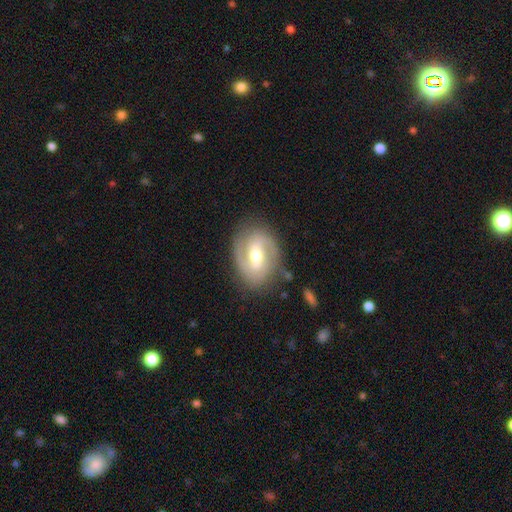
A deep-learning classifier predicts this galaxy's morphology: type=featured or disk (81%); edge-on=no (96%); bar=weak (44%); spiral arms=yes (91%); winding=medium (47%); arm count=2 (86%); bulge=moderate (66%); merging=none (80%).